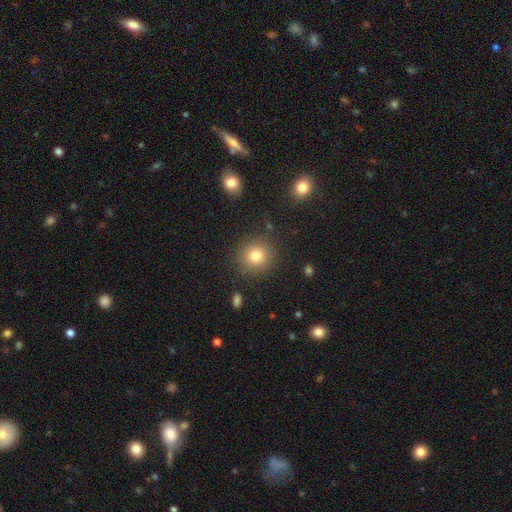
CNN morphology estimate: A smooth galaxy with no disk features (79%) that is round (90%). Merging: none (87%).